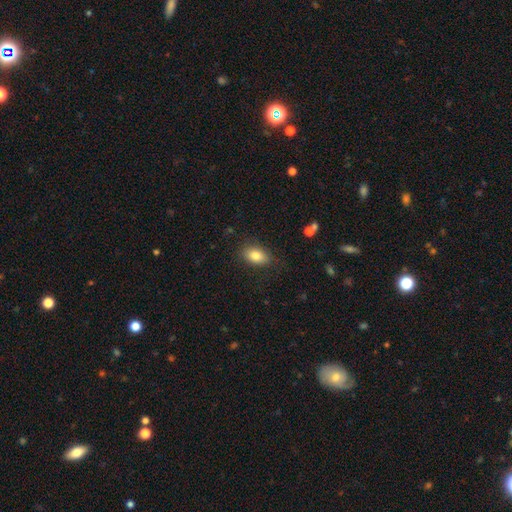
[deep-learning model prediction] smooth_or_featured: smooth (p=0.82) [alt: featured or disk p=0.10]
how_rounded: in between (p=0.86) [alt: round p=0.12]
merging: none (p=0.81) [alt: minor disturbance p=0.14]